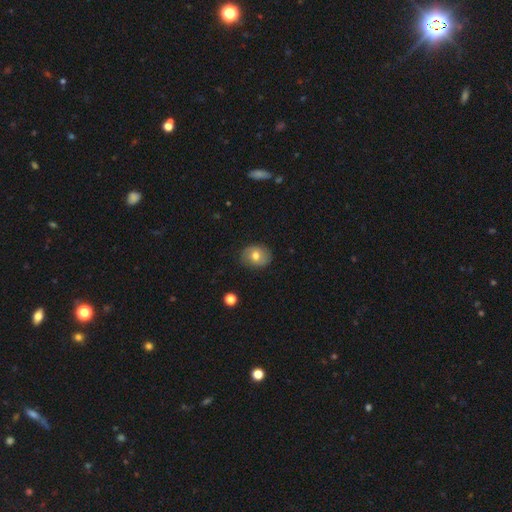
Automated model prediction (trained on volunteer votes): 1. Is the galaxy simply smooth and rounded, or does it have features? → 68% smooth, 23% featured or disk, 9% star or artifact.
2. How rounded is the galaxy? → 54% round, 45% in between, 1% cigar-shaped.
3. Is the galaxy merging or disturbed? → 83% none, 13% minor disturbance, 3% major disturbance, 1% merger.